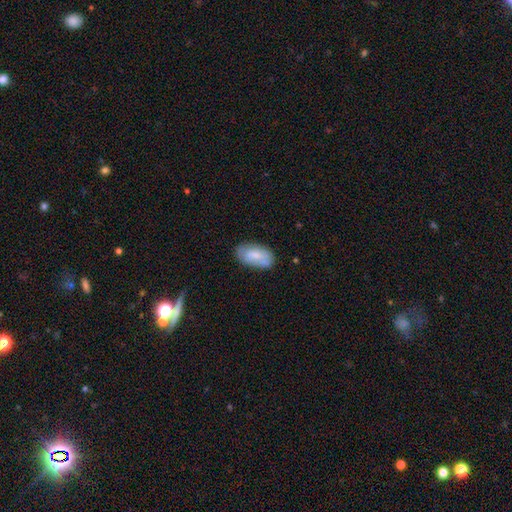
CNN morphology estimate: This appears to be a smooth galaxy with no disk features (71%) that is in between round and cigar-shaped (94%). Merging: none (71%).